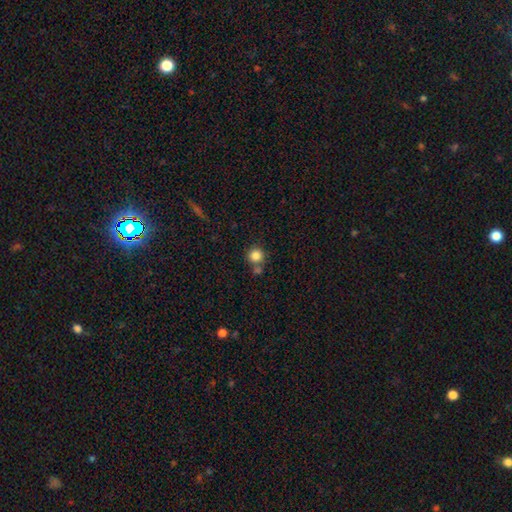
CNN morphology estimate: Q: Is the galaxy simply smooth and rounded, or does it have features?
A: smooth — 85%.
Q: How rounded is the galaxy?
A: round — 92%.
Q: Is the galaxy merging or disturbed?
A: none — 67%.